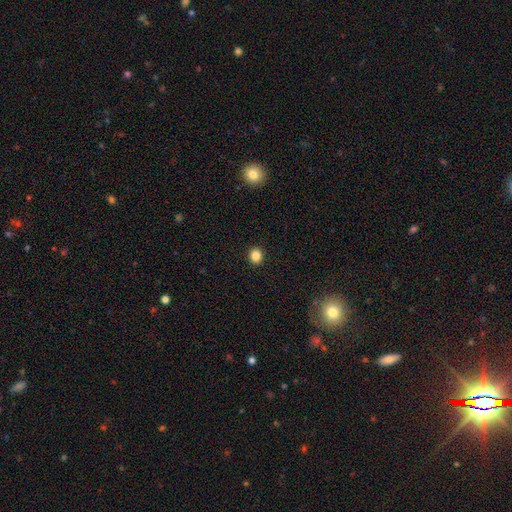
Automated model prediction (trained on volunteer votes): Q: Smooth or featured?
A: smooth (85%); runner-up: star or artifact (11%)
Q: How rounded?
A: round (78%); runner-up: in between (21%)
Q: Merging?
A: none (92%); runner-up: minor disturbance (5%)